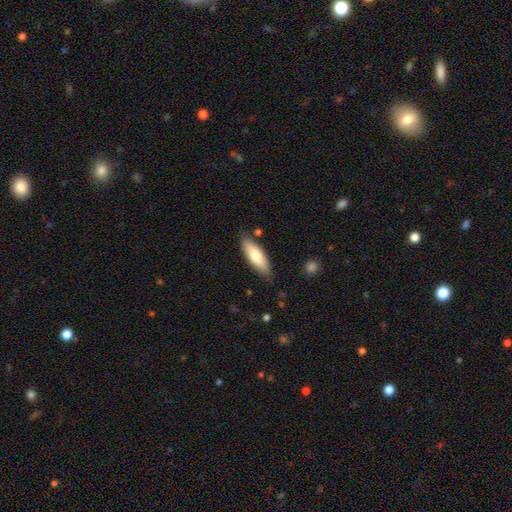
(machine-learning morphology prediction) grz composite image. It shows a smooth galaxy with no disk features (74%) that is in between round and cigar-shaped (59%). Merging: none (79%).